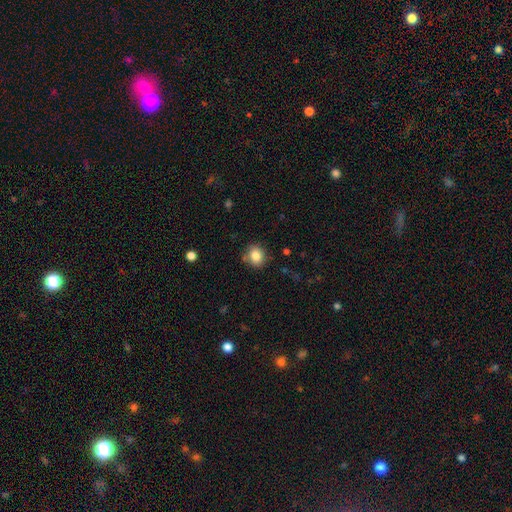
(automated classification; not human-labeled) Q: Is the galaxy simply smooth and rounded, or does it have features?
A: smooth — 84%.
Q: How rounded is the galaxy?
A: round — 77%.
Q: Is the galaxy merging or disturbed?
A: none — 83%.